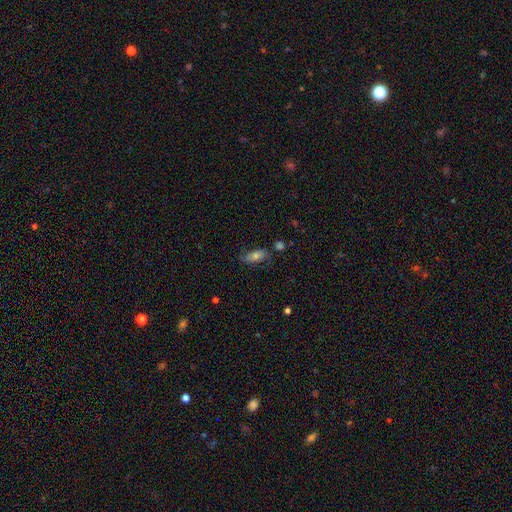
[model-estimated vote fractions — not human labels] smooth_or_featured: smooth (p=0.45) [alt: featured or disk p=0.43]
merging: none (p=0.67) [alt: minor disturbance p=0.20]